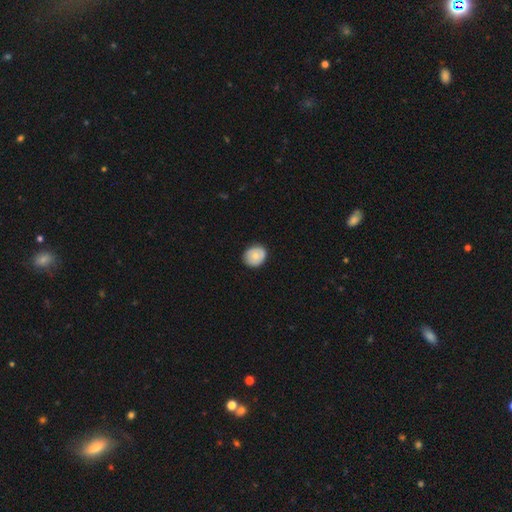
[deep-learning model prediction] Q: Smooth or featured?
A: smooth (68%); runner-up: featured or disk (26%)
Q: How rounded?
A: round (67%); runner-up: in between (32%)
Q: Merging?
A: none (85%); runner-up: minor disturbance (12%)